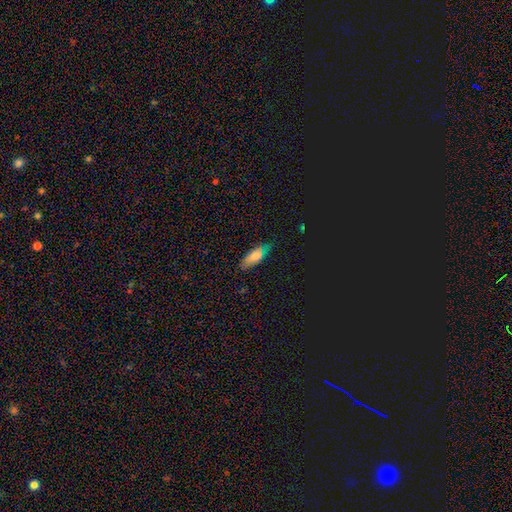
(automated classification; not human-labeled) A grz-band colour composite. It shows a smooth galaxy with no disk features (73%) that is in between round and cigar-shaped (75%). Merging: none (79%).